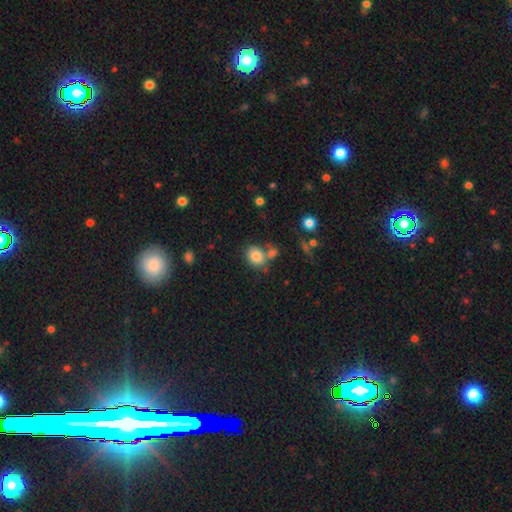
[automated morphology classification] Smooth or featured: smooth — 82% (star or artifact — 9%)
How rounded: in between — 52% (round — 46%)
Merging: none — 58% (merger — 23%)